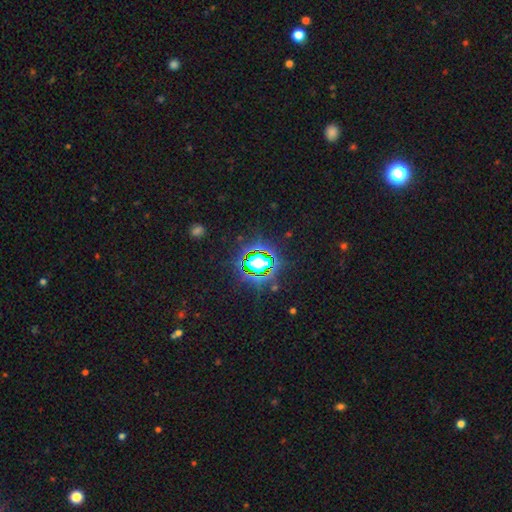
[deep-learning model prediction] smooth-or-featured: star or artifact: 79% | smooth: 14% | featured or disk: 8%